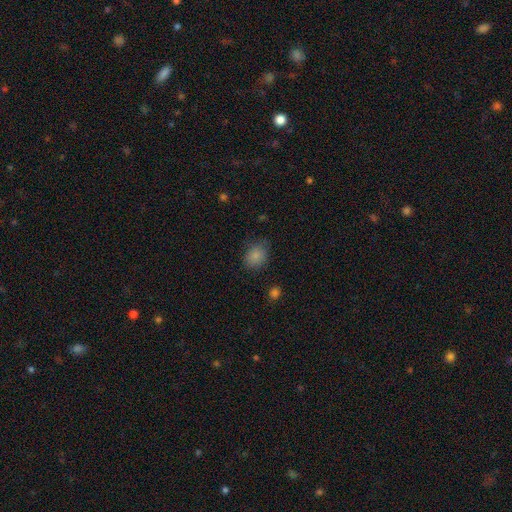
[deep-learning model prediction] Smooth or featured: smooth — 84% (star or artifact — 10%)
How rounded: round — 50% (in between — 49%)
Merging: none — 76% (minor disturbance — 18%)